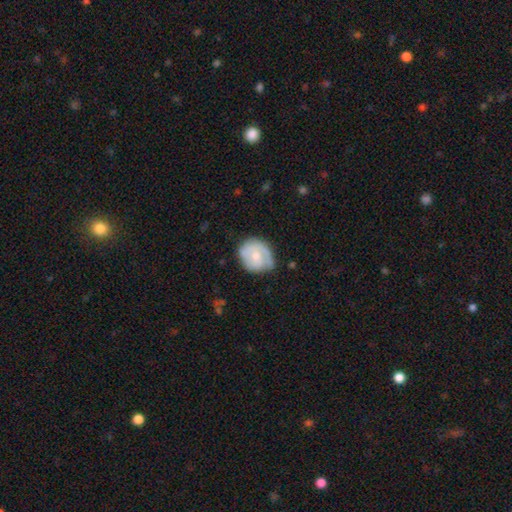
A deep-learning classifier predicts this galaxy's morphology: featured or disk 56%, smooth 38%, star or artifact 6%. Down the decision tree: edge-on disk — no (97%); bar — no (73%); spiral arms — yes (77%); bulge size — moderate (49%); merging — none (62%).